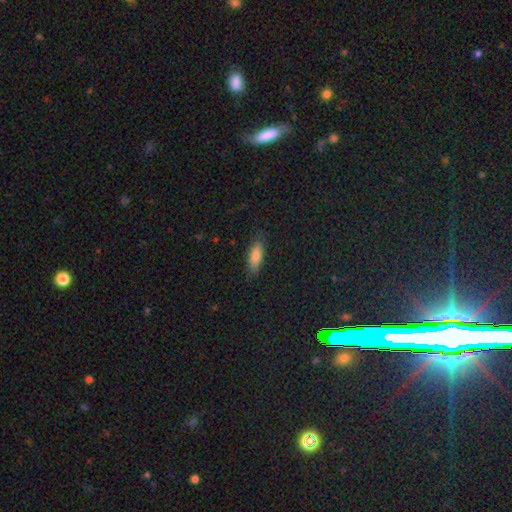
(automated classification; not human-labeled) Morphology: type=smooth (80%); roundness=in between (67%); merging=none (82%).